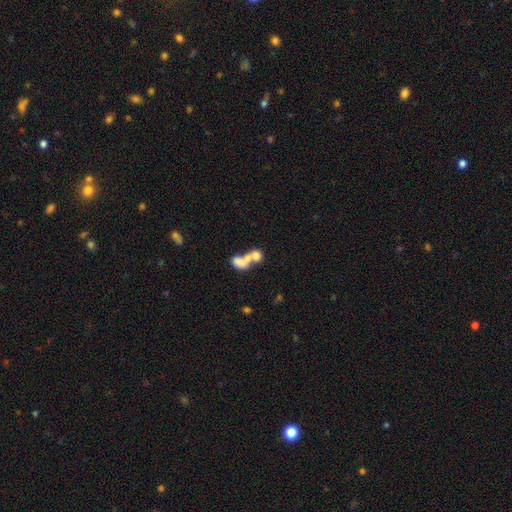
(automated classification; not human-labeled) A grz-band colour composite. It shows a smooth galaxy with no disk features (69%) that is in between round and cigar-shaped (61%). Merging: merger (70%).